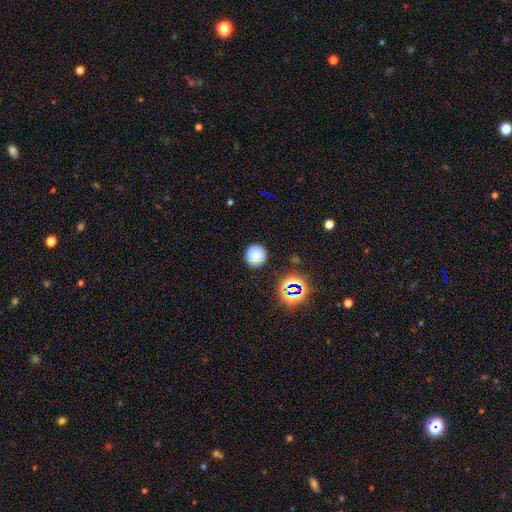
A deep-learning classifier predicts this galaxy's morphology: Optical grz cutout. It shows a smooth galaxy with no disk features (68%) that is round (92%). Merging: none (81%).